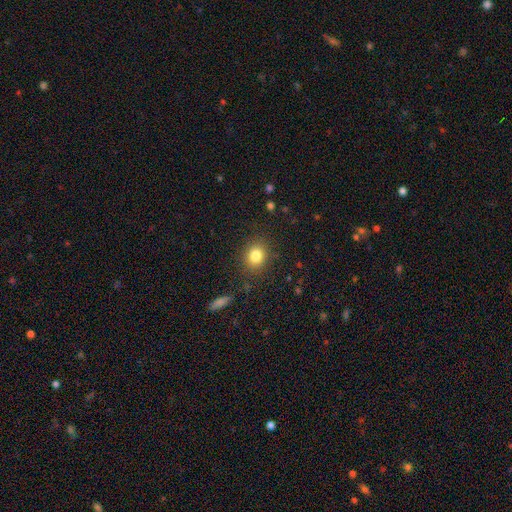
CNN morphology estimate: Smooth or featured?
  - smooth: 82% *
  - star or artifact: 11%
  - featured or disk: 7%
How rounded?
  - round: 69% *
  - in between: 30%
  - cigar-shaped: 1%
Merging?
  - none: 86% *
  - minor disturbance: 9%
  - major disturbance: 3%
  - merger: 2%